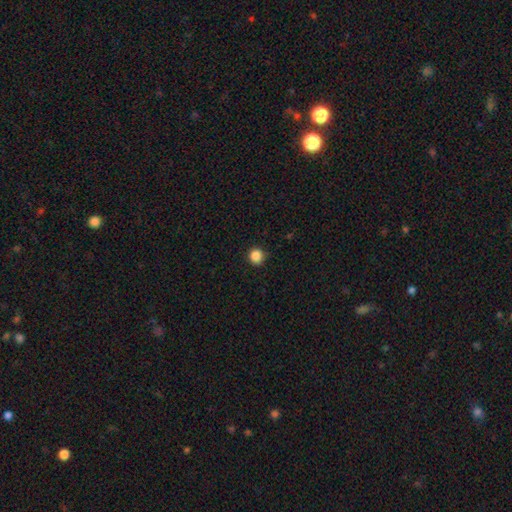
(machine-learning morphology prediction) Smooth or featured? Predicted: smooth (p=0.87). How rounded? Predicted: round (p=0.95). Merging? Predicted: none (p=0.91).